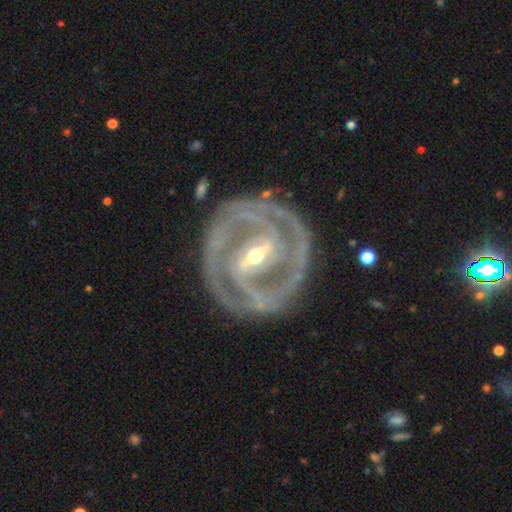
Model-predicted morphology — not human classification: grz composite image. It shows a featured or disk galaxy (93%) with a strong bar (67%), 2 (62%) tight (67%) spiral arms (98%) and a small central bulge (55%). Merging: none (82%).